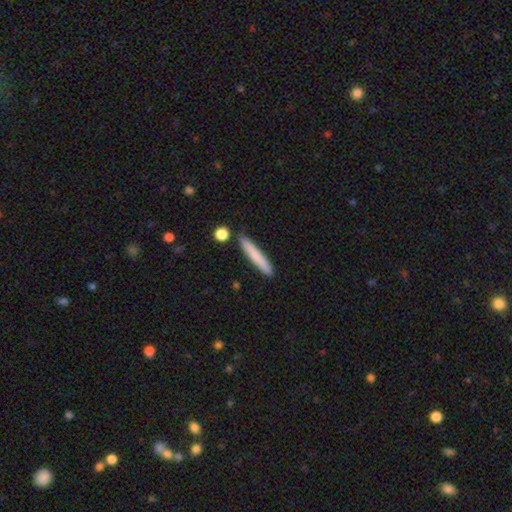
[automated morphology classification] type=smooth (75%); roundness=cigar-shaped (94%); merging=none (86%).